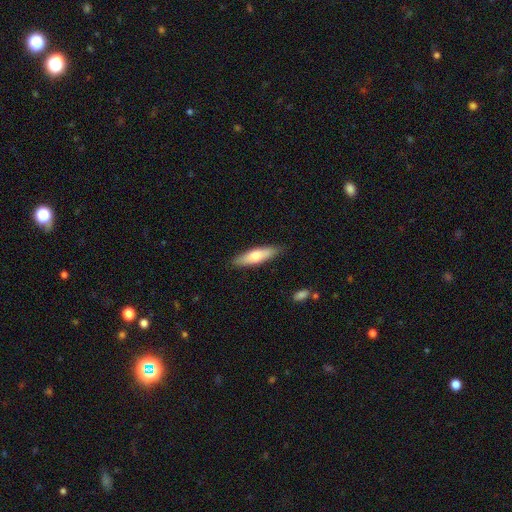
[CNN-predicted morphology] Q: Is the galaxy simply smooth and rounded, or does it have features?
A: smooth — 64%.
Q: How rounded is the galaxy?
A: cigar-shaped — 65%.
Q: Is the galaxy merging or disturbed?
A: none — 87%.